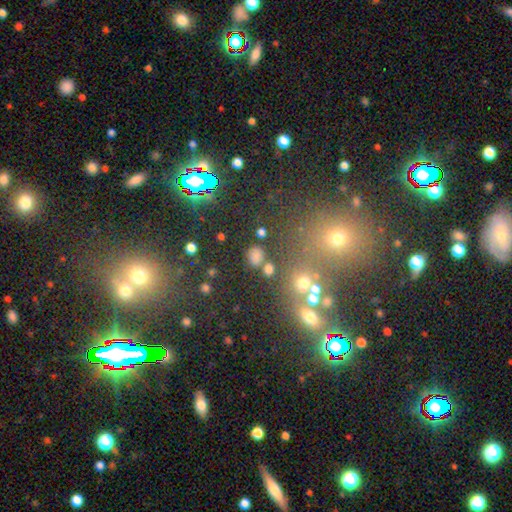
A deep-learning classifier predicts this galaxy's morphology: Overall: smooth (71%). How rounded: round (63%; in between 35%). Merging: none (73%).